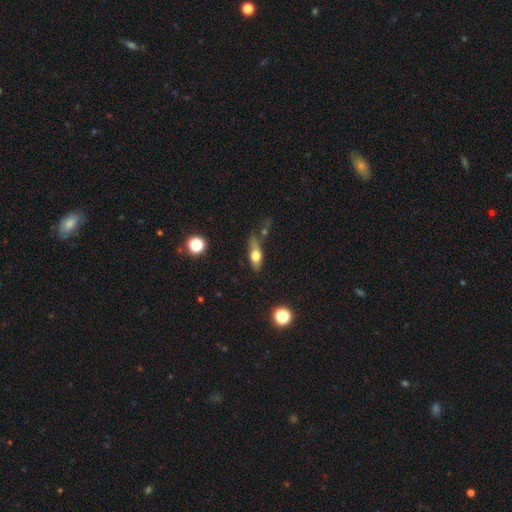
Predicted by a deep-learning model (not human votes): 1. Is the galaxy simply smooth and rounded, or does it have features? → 62% smooth, 28% featured or disk, 10% star or artifact.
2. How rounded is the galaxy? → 64% in between, 26% cigar-shaped, 10% round.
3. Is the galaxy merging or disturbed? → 49% none, 27% minor disturbance, 14% major disturbance, 10% merger.